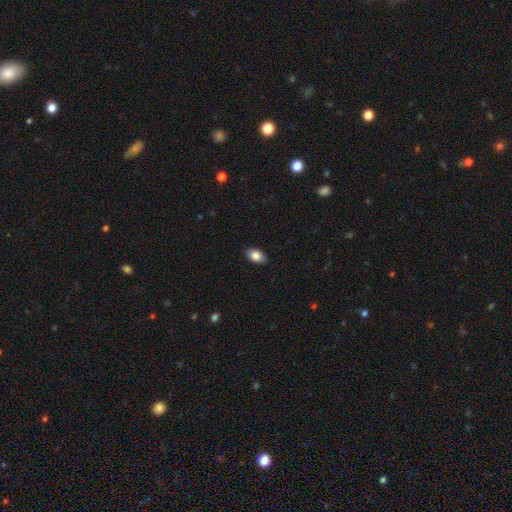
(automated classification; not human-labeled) smooth-or-featured: smooth: 85% | featured or disk: 8% | star or artifact: 7%
  how-rounded: in between: 90% | round: 9% | cigar-shaped: 2%
  merging: none: 88% | minor disturbance: 9% | major disturbance: 2% | merger: 1%